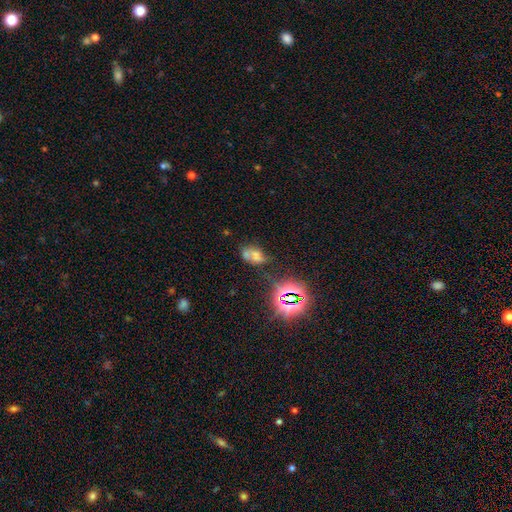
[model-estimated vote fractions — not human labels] A smooth galaxy with no disk features (45%). Merging: merger (35%).